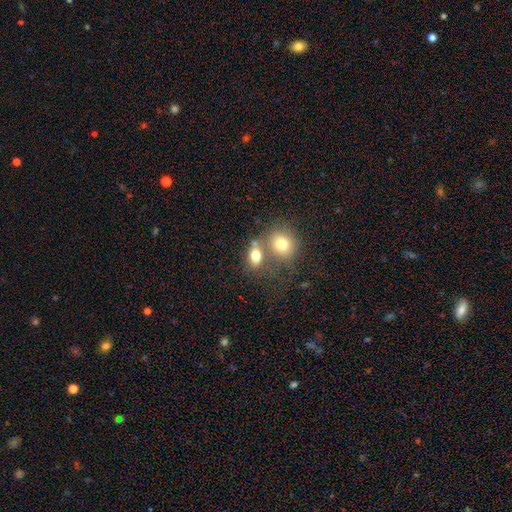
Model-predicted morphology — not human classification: Smooth or featured: smooth — 76% (featured or disk — 13%)
How rounded: in between — 59% (round — 39%)
Merging: merger — 45% (none — 40%)